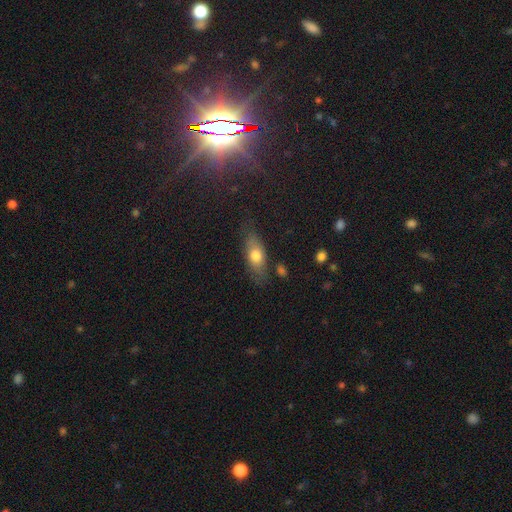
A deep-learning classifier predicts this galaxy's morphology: smooth_or_featured: smooth (p=0.68) [alt: featured or disk p=0.24]
how_rounded: in between (p=0.74) [alt: cigar-shaped p=0.20]
merging: none (p=0.71) [alt: minor disturbance p=0.20]